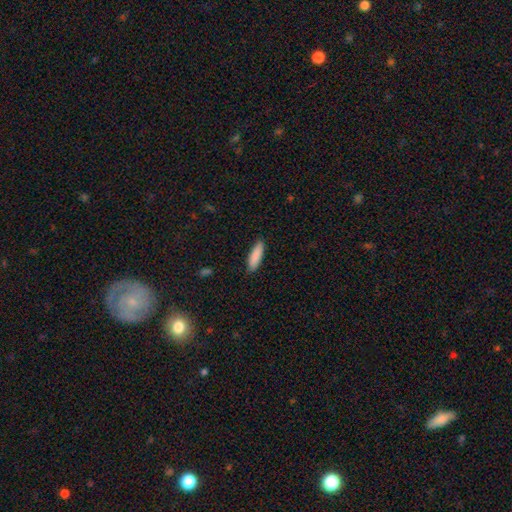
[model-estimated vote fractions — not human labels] Smooth or featured? smooth (89%)
How rounded? cigar-shaped (59%)
Merging? none (89%)